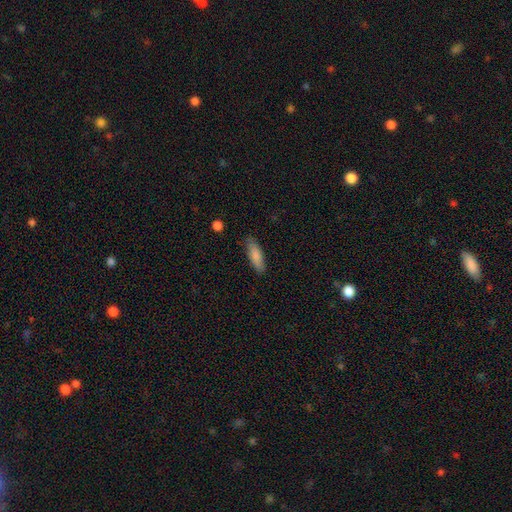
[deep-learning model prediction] Smooth or featured? smooth (84%)
How rounded? cigar-shaped (53%)
Merging? none (84%)